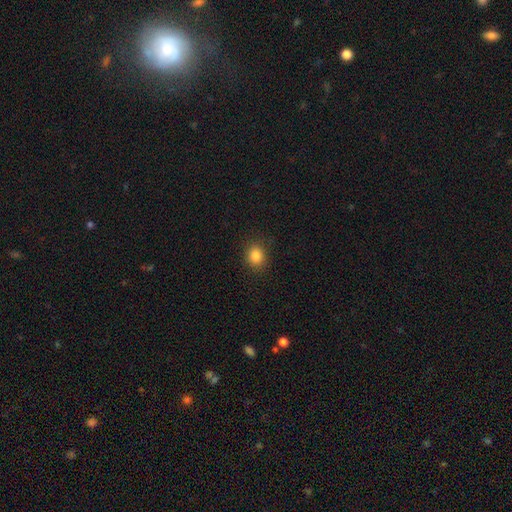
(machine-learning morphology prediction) The model was most divided on "how rounded": round: 69%, in between: 30%, cigar-shaped: 1%. More confident: merging — none (88%); smooth or featured — smooth (85%).